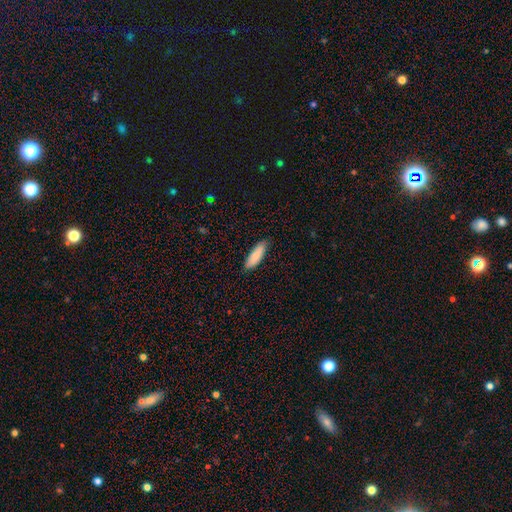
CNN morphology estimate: This appears to be a smooth galaxy with no disk features (88%) that is cigar-shaped (52%). Merging: none (86%).